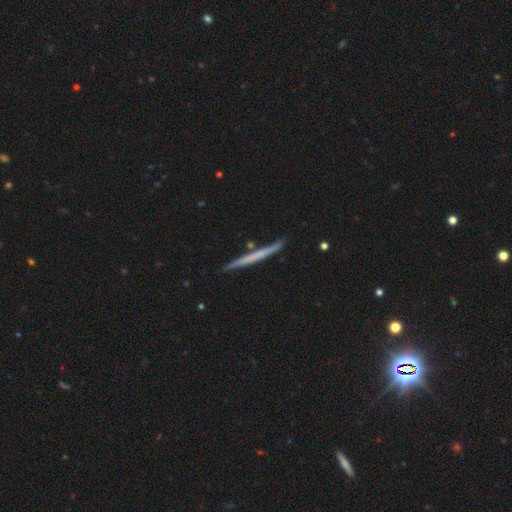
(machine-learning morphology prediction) smooth-or-featured: featured or disk: 50% | smooth: 45% | star or artifact: 5%
  disk-edge-on: yes: 97% | no: 3%
  merging: none: 88% | minor disturbance: 8% | merger: 3% | major disturbance: 2%